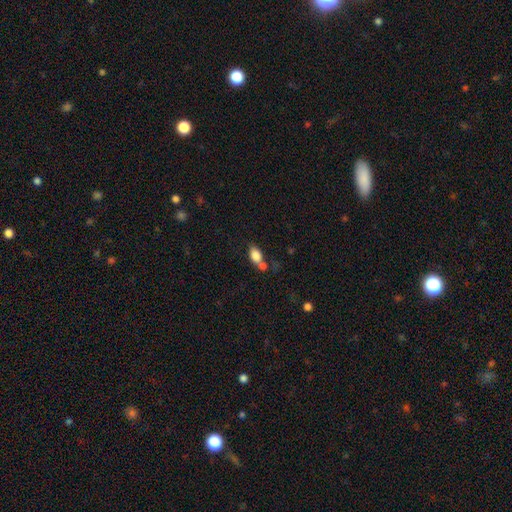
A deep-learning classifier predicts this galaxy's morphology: Smooth or featured?
  - smooth: 82% *
  - featured or disk: 10%
  - star or artifact: 9%
How rounded?
  - in between: 86% *
  - round: 11%
  - cigar-shaped: 3%
Merging?
  - none: 44% *
  - merger: 35%
  - minor disturbance: 15%
  - major disturbance: 7%